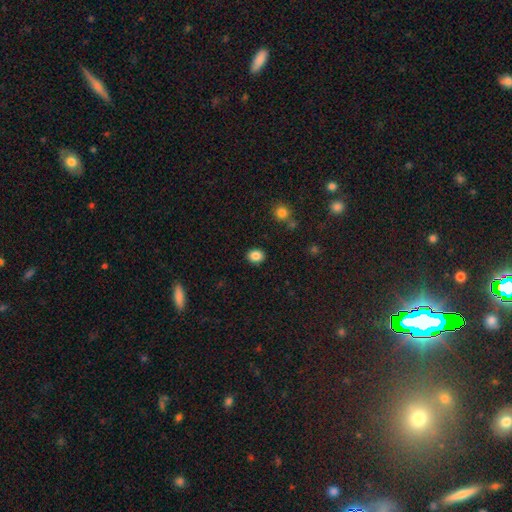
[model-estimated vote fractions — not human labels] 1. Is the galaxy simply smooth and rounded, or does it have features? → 86% smooth, 9% star or artifact, 4% featured or disk.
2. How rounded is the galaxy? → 58% round, 42% in between, 1% cigar-shaped.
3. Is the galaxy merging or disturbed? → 89% none, 7% minor disturbance, 2% major disturbance, 2% merger.